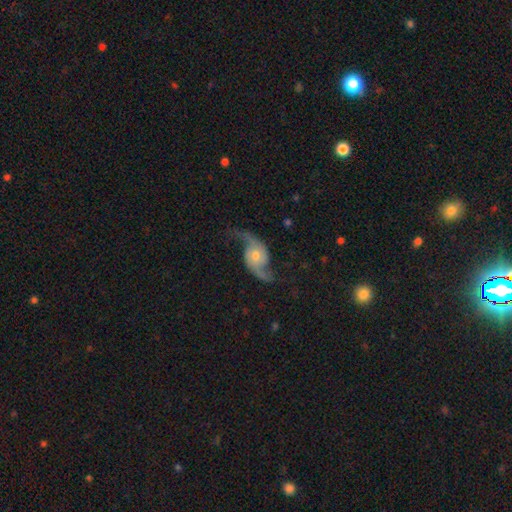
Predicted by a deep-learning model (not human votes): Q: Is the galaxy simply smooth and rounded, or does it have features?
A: featured or disk — 88%.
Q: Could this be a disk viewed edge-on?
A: no — 96%.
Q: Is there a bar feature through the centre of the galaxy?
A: no — 71%.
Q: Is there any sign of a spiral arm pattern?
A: yes — 97%.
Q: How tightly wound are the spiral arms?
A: loose — 72%.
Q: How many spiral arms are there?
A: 2 — 94%.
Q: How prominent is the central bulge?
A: moderate — 55%.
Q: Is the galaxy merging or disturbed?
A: none — 71%.